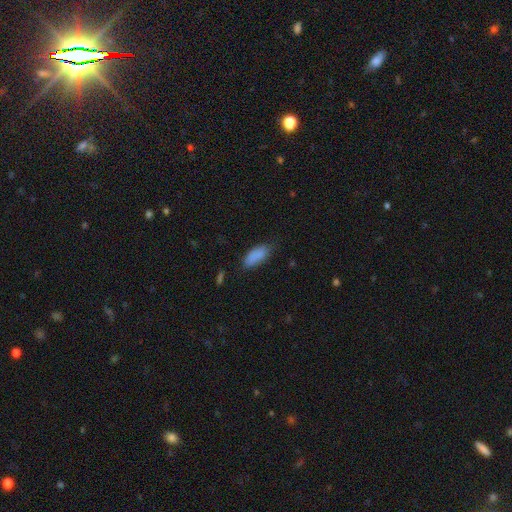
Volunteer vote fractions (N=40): Q: Smooth or featured?
A: smooth (85%); runner-up: star or artifact (10%)
Q: How rounded?
A: in between (91%); runner-up: cigar-shaped (9%)
Q: Merging?
A: none (78%); runner-up: minor disturbance (14%)